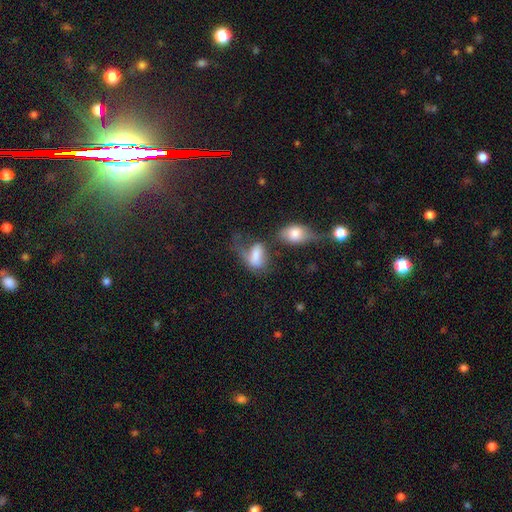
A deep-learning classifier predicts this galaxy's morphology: Smooth or featured? smooth (68%)
How rounded? in between (88%)
Merging? major disturbance (38%)